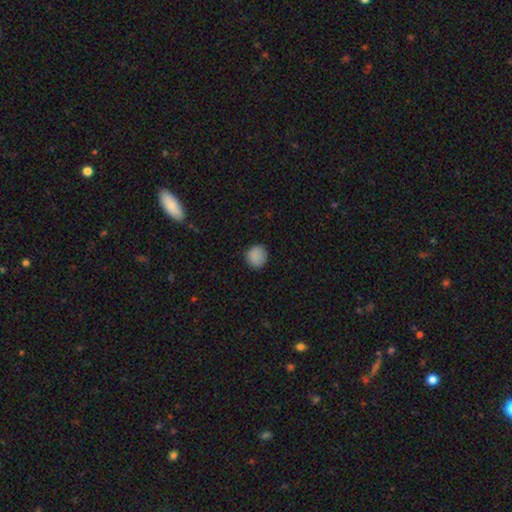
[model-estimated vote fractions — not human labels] smooth-or-featured: smooth: 87% | star or artifact: 9% | featured or disk: 3%
  how-rounded: round: 90% | in between: 9% | cigar-shaped: 1%
  merging: none: 87% | minor disturbance: 10% | major disturbance: 2% | merger: 1%